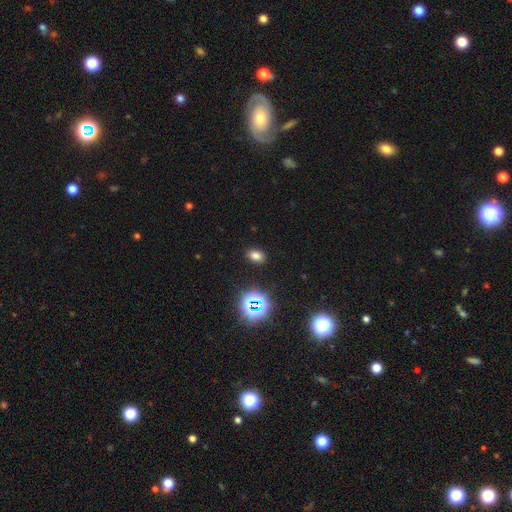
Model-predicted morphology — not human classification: smooth 72%, star or artifact 21%, featured or disk 7%. Down the decision tree: how rounded — in between (80%); merging — none (88%).